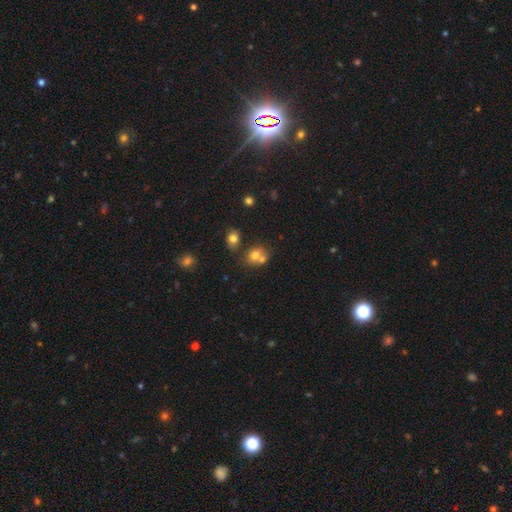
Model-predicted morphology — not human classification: This is likely a smooth galaxy (70%). How rounded: possibly round (60%). Merging: possibly merger (50%).